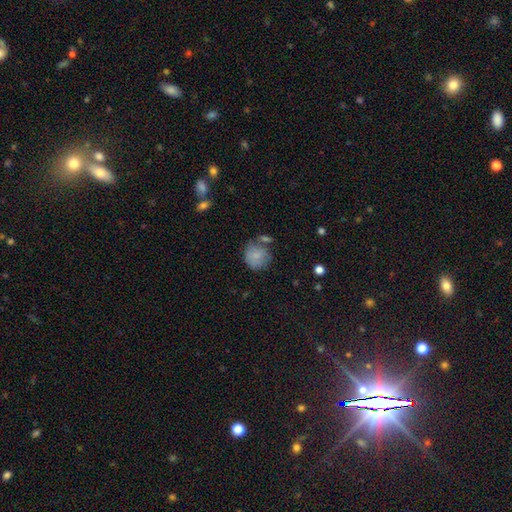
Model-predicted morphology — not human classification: smooth_or_featured: smooth (p=0.80) [alt: featured or disk p=0.12]
how_rounded: round (p=0.82) [alt: in between p=0.17]
merging: none (p=0.54) [alt: minor disturbance p=0.22]